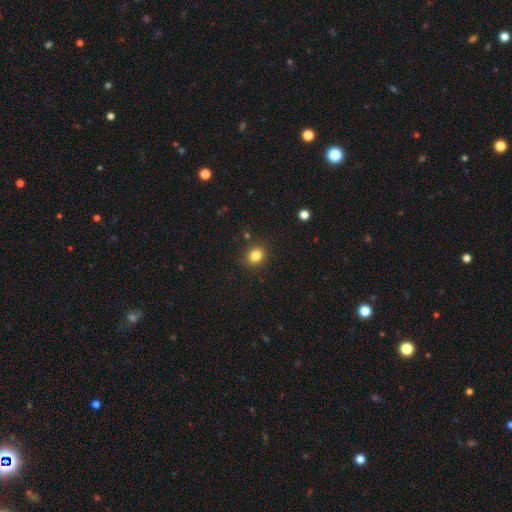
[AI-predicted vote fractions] This is clearly a smooth galaxy (83%). How rounded: likely round (63%). Merging: clearly none (85%).